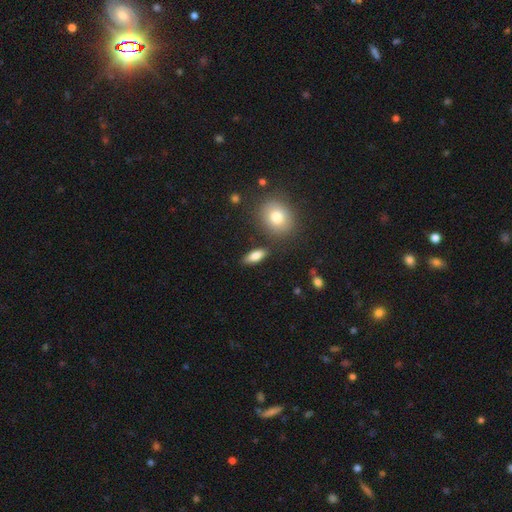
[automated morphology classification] The model was most divided on "how rounded": in between: 75%, cigar-shaped: 20%, round: 6%. More confident: merging — none (83%); smooth or featured — smooth (79%).